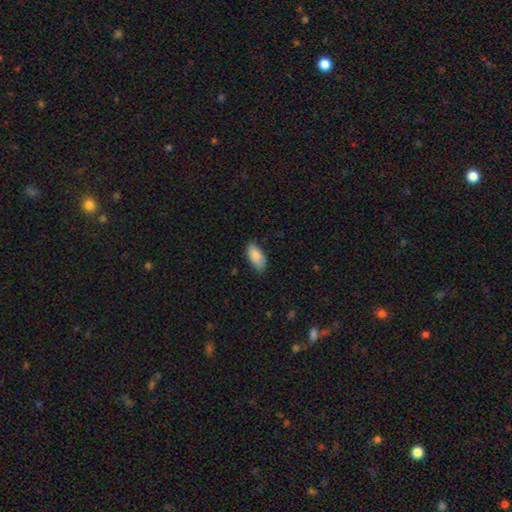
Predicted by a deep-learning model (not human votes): Smooth or featured: smooth — 86% (featured or disk — 7%)
How rounded: in between — 91% (cigar-shaped — 7%)
Merging: none — 79% (minor disturbance — 18%)